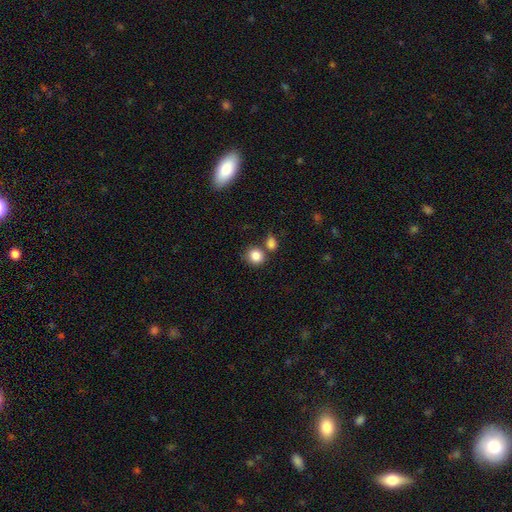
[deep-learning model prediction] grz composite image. It shows a smooth galaxy with no disk features (85%) that is round (83%). Merging: none (62%).